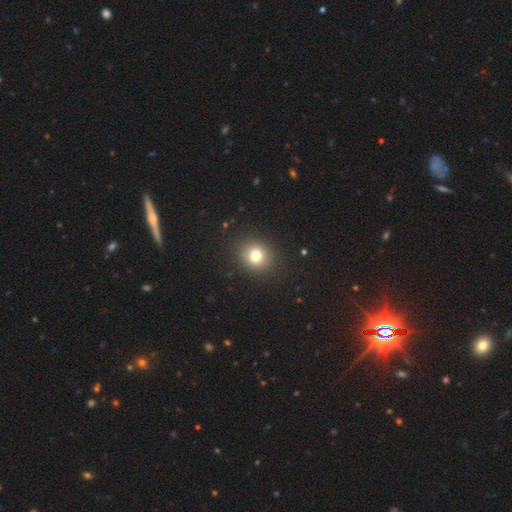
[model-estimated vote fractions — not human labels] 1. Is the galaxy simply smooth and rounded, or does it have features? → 77% smooth, 14% star or artifact, 9% featured or disk.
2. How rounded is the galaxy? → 81% round, 18% in between, 1% cigar-shaped.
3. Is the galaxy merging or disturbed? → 90% none, 7% minor disturbance, 3% major disturbance, 1% merger.